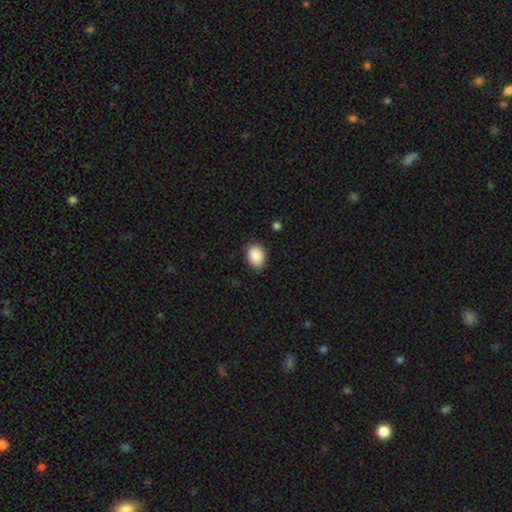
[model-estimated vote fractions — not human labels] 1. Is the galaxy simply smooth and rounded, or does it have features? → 89% smooth, 7% star or artifact, 4% featured or disk.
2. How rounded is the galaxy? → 68% in between, 31% round, 1% cigar-shaped.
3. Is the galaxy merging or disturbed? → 85% none, 11% minor disturbance, 2% major disturbance, 1% merger.